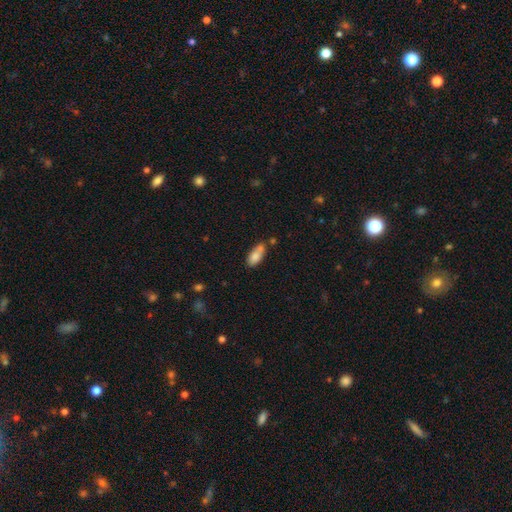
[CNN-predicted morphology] Smooth or featured? smooth (80%)
How rounded? in between (83%)
Merging? none (48%)